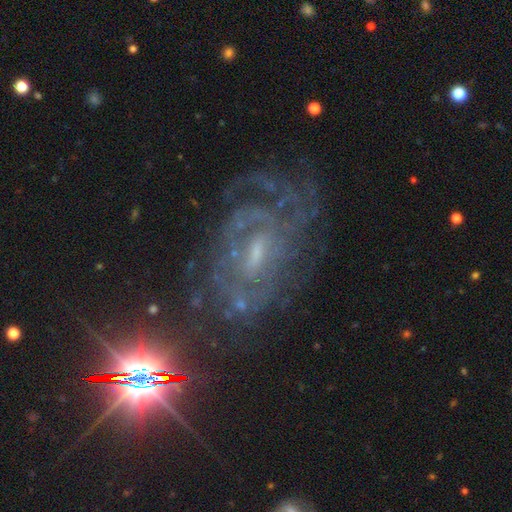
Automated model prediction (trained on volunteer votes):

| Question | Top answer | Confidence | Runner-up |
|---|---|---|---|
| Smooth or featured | featured or disk | 77% | star or artifact (16%) |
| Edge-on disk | no | 95% | yes (5%) |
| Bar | weak | 50% | no (28%) |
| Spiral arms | yes | 92% | no (8%) |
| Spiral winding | tight | 64% | medium (29%) |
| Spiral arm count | can't tell | 45% | 2 (18%) |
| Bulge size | small | 60% | moderate (25%) |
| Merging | none | 63% | minor disturbance (19%) |